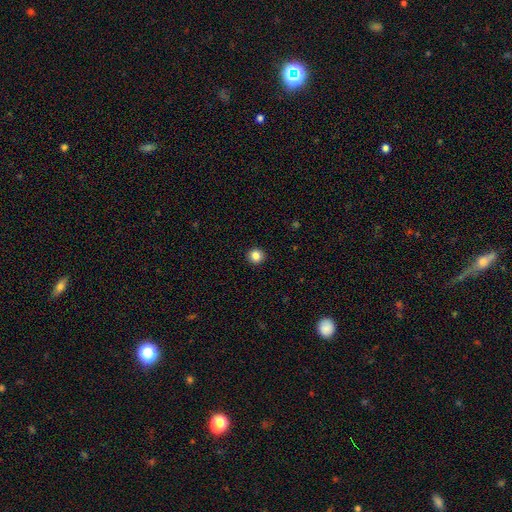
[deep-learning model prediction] smooth_or_featured: smooth (p=0.86) [alt: star or artifact p=0.10]
how_rounded: round (p=0.92) [alt: in between p=0.07]
merging: none (p=0.93) [alt: minor disturbance p=0.05]